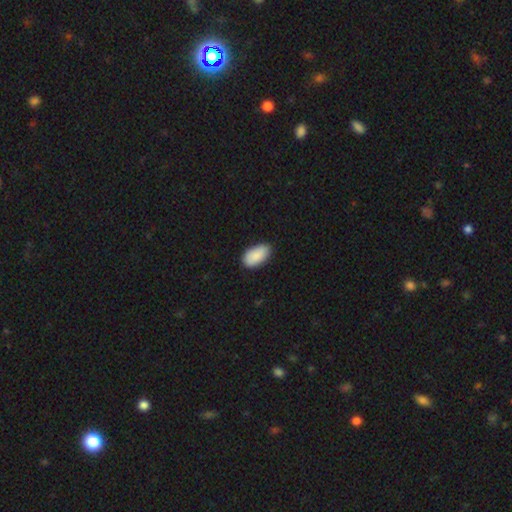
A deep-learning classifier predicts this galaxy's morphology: Overall: smooth (89%). How rounded: in between (95%). Merging: none (80%).